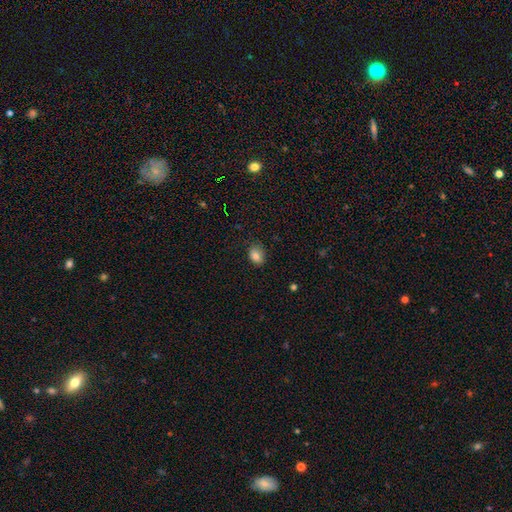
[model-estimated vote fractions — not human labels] This is clearly a smooth galaxy (84%). How rounded: likely in between (68%). Merging: likely none (77%).